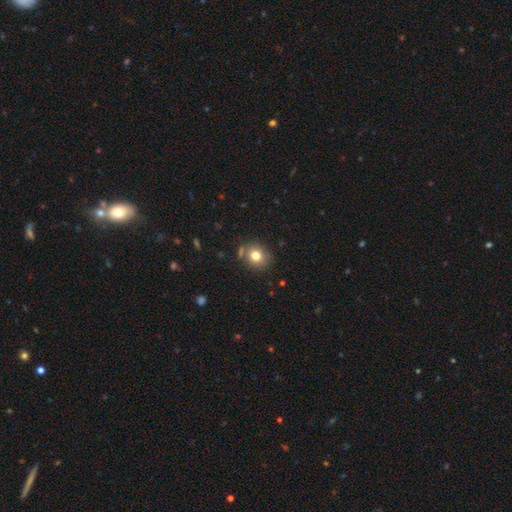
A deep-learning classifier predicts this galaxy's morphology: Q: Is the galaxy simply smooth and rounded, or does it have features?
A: smooth — 77%.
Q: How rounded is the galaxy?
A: round — 72%.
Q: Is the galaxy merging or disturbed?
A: none — 77%.